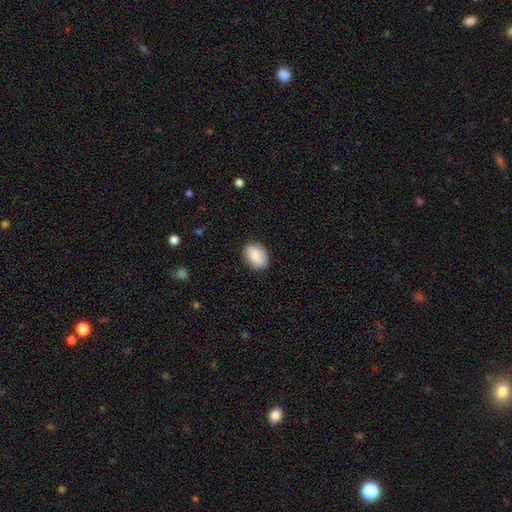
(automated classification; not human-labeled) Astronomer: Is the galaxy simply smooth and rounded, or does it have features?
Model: smooth — 88%.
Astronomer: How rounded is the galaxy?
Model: in between — 79%.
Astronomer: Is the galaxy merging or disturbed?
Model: none — 85%.